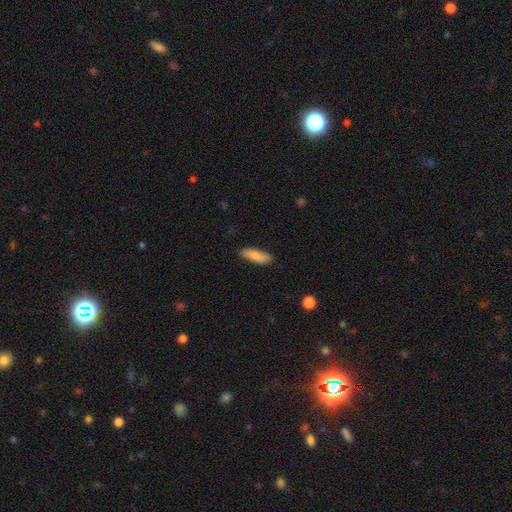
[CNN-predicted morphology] This is clearly a smooth galaxy (82%). How rounded: possibly in between (51%). Merging: clearly none (86%).